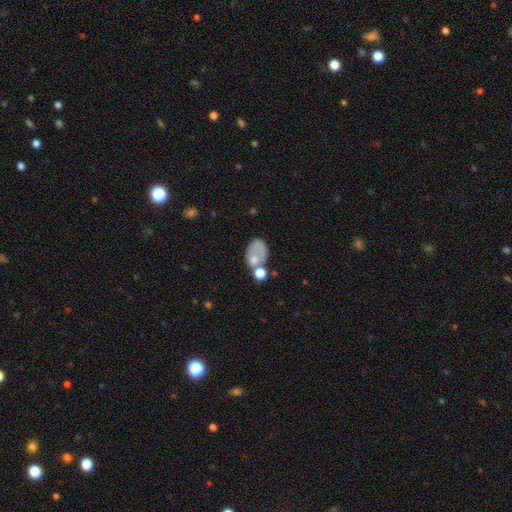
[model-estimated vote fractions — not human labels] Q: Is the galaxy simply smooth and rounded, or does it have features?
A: smooth — 63%.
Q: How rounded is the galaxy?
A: in between — 78%.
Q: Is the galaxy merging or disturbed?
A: none — 37%.